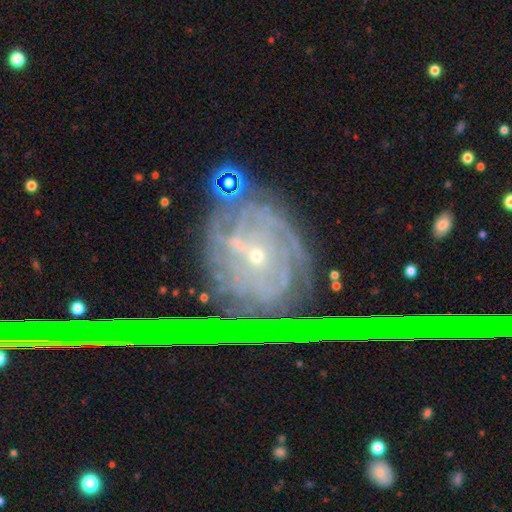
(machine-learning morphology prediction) type=featured or disk (78%); edge-on=no (94%); bar=no (57%); spiral arms=yes (91%); winding=tight (69%); arm count=can't tell (38%); bulge=small (76%); merging=none (72%).